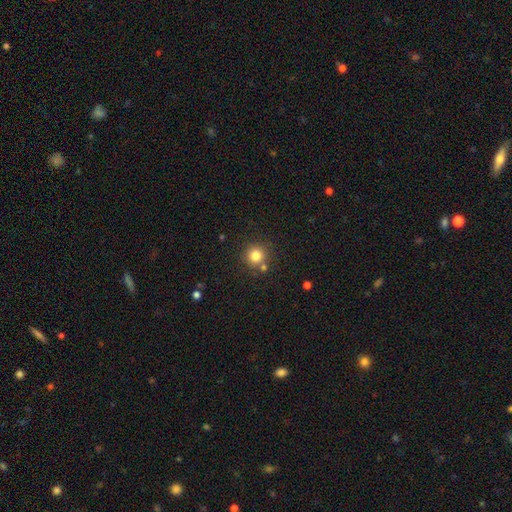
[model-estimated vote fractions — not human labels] Smooth or featured: smooth — 81% (star or artifact — 13%)
How rounded: round — 94% (in between — 5%)
Merging: none — 79% (merger — 10%)